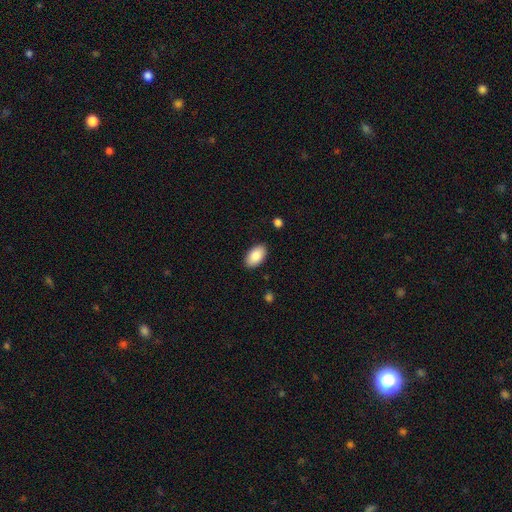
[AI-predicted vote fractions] The model was most divided on "merging": none: 88%, minor disturbance: 9%, major disturbance: 2%, merger: 1%. More confident: how rounded — in between (95%); smooth or featured — smooth (87%).